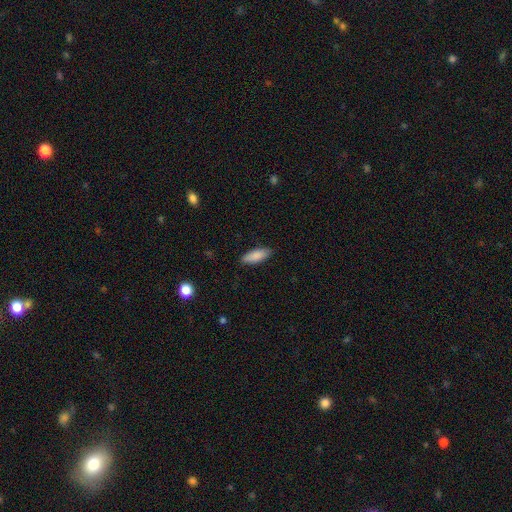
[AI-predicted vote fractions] Smooth or featured: smooth — 88% (featured or disk — 6%)
How rounded: in between — 68% (cigar-shaped — 31%)
Merging: none — 88% (minor disturbance — 9%)